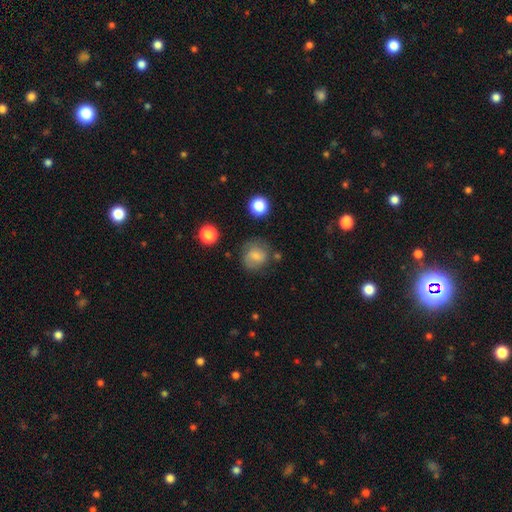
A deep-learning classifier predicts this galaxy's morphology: Overall: smooth (71%). How rounded: round (80%). Merging: none (66%).